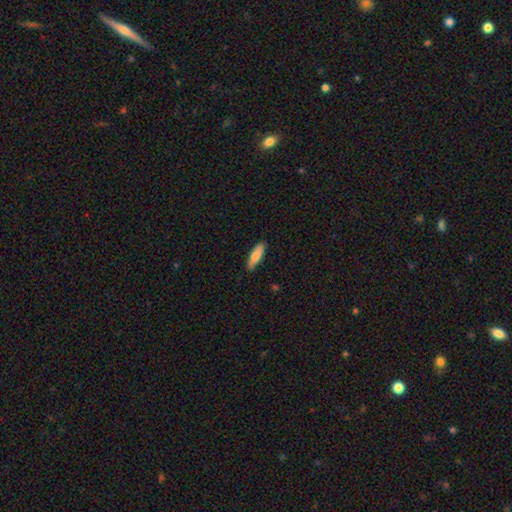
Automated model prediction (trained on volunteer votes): Q: Smooth or featured?
A: smooth (80%); runner-up: featured or disk (14%)
Q: How rounded?
A: cigar-shaped (54%); runner-up: in between (45%)
Q: Merging?
A: none (86%); runner-up: minor disturbance (12%)